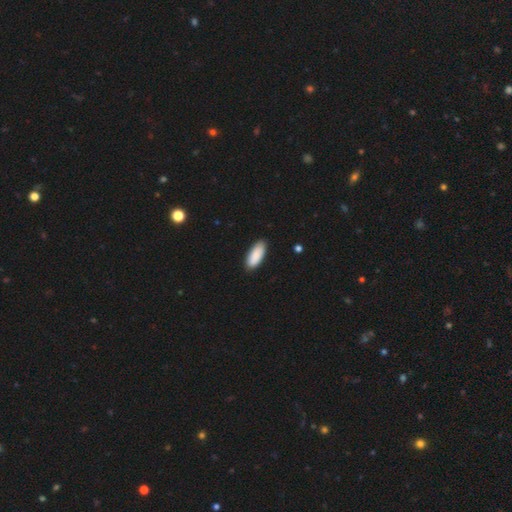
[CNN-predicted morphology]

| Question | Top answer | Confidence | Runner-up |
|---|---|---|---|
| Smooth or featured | smooth | 90% | star or artifact (5%) |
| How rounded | in between | 84% | cigar-shaped (15%) |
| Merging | none | 88% | minor disturbance (10%) |